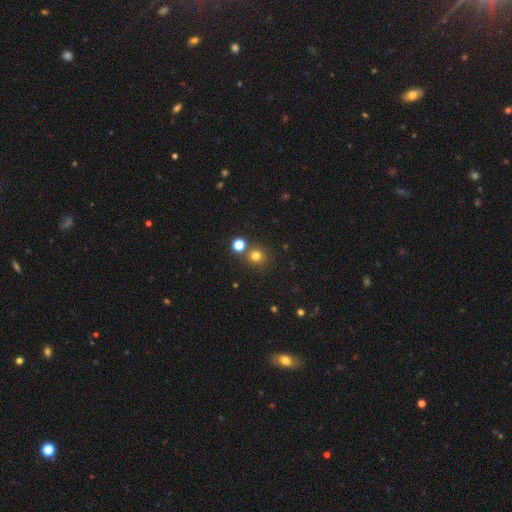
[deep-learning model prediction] A smooth galaxy with no disk features (75%) that is round (91%).

Vote fractions:
- Smooth or featured? smooth: 75% / star or artifact: 19% / featured or disk: 6%
- How rounded? round: 91% / in between: 8% / cigar-shaped: 1%
- Merging? none: 77% / merger: 14% / minor disturbance: 7% / major disturbance: 3%